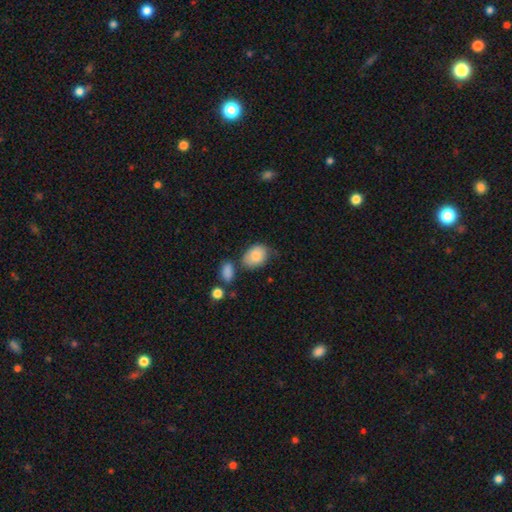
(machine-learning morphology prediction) smooth_or_featured: smooth (p=0.82) [alt: featured or disk p=0.11]
how_rounded: in between (p=0.71) [alt: round p=0.28]
merging: none (p=0.59) [alt: minor disturbance p=0.24]